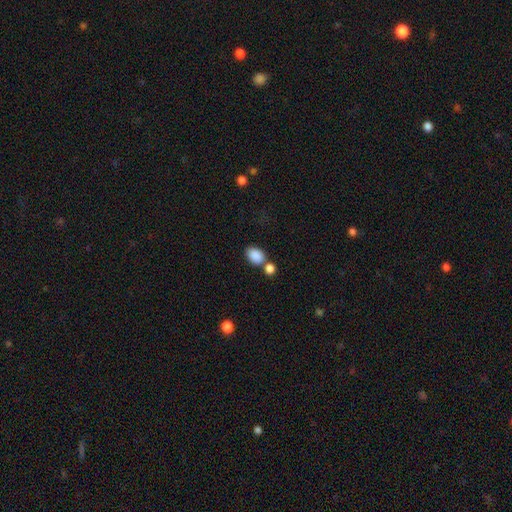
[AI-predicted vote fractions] smooth_or_featured: smooth (p=0.88) [alt: star or artifact p=0.08]
how_rounded: in between (p=0.81) [alt: round p=0.17]
merging: none (p=0.58) [alt: merger p=0.26]